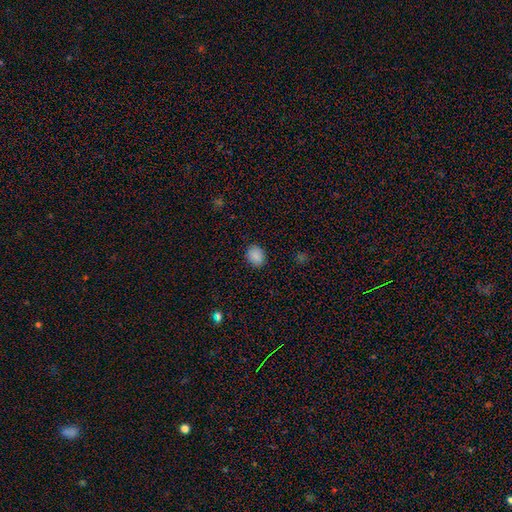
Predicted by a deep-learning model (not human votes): smooth_or_featured: smooth (p=0.87) [alt: star or artifact p=0.09]
how_rounded: round (p=0.51) [alt: in between p=0.48]
merging: none (p=0.88) [alt: minor disturbance p=0.09]